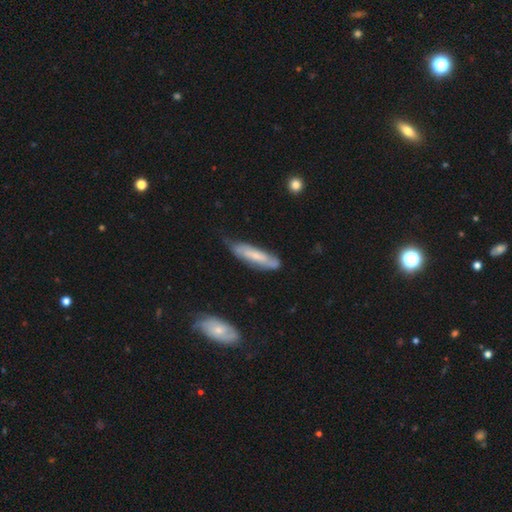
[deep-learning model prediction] Smooth or featured? Predicted: smooth (p=0.52). How rounded? Predicted: cigar-shaped (p=0.71). Merging? Predicted: none (p=0.55).